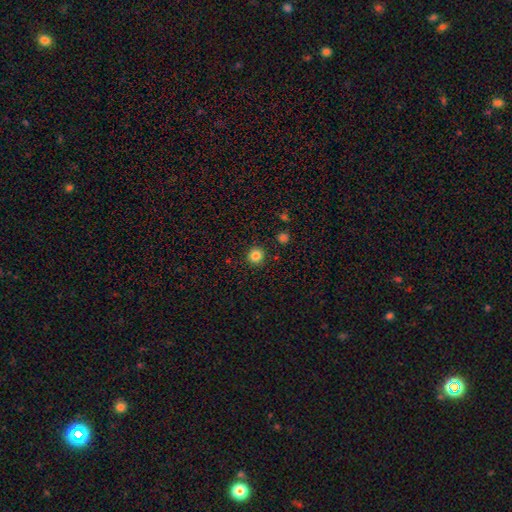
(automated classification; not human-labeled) A smooth galaxy with no disk features (84%) that is round (93%).

Vote fractions:
- Smooth or featured? smooth: 84% / star or artifact: 12% / featured or disk: 4%
- How rounded? round: 93% / in between: 6% / cigar-shaped: 1%
- Merging? none: 91% / minor disturbance: 5% / major disturbance: 2% / merger: 2%